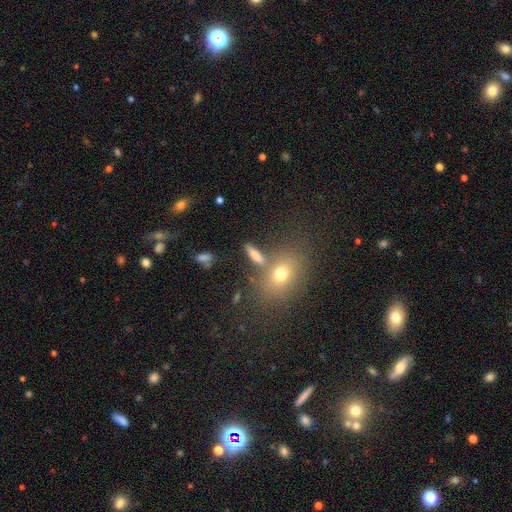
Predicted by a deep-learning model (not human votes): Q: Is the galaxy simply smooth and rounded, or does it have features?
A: smooth — 71%.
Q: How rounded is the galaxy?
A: in between — 44%.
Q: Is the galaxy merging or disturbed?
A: none — 70%.